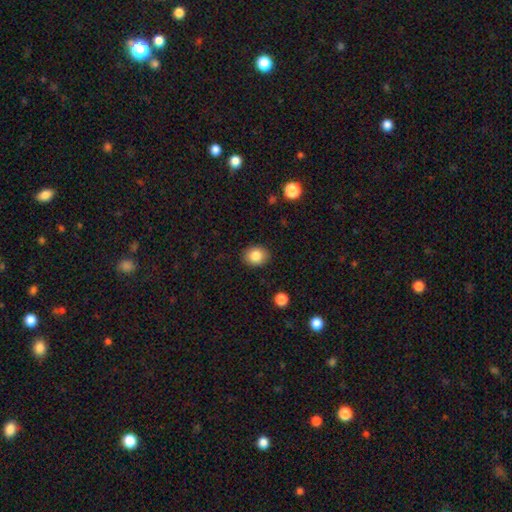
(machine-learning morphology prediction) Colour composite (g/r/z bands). It shows a smooth galaxy with no disk features (85%) that is round (58%). Merging: none (89%).